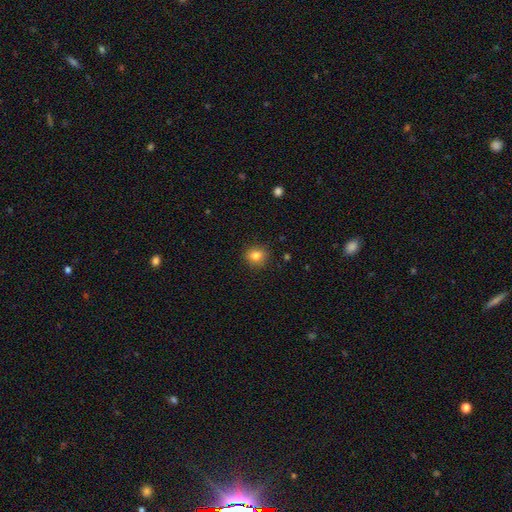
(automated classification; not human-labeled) Morphology: type=smooth (82%); roundness=round (81%); merging=none (89%).